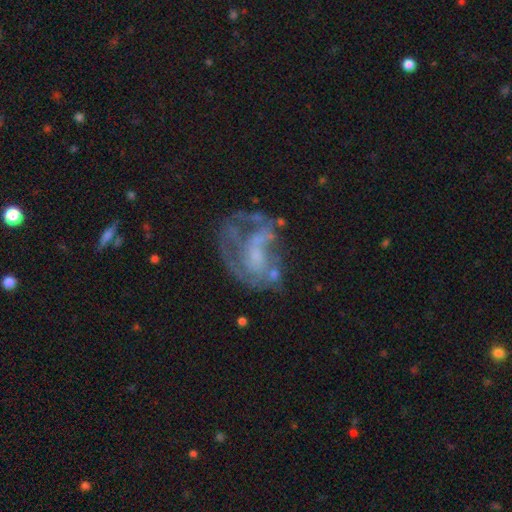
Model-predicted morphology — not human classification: Q: Smooth or featured?
A: featured or disk (73%); runner-up: smooth (17%)
Q: Edge-on disk?
A: no (97%); runner-up: yes (3%)
Q: Bar?
A: no (66%); runner-up: weak (26%)
Q: Spiral arms?
A: yes (54%); runner-up: no (46%)
Q: Bulge size?
A: none (39%); runner-up: small (32%)
Q: Merging?
A: none (39%); runner-up: major disturbance (34%)